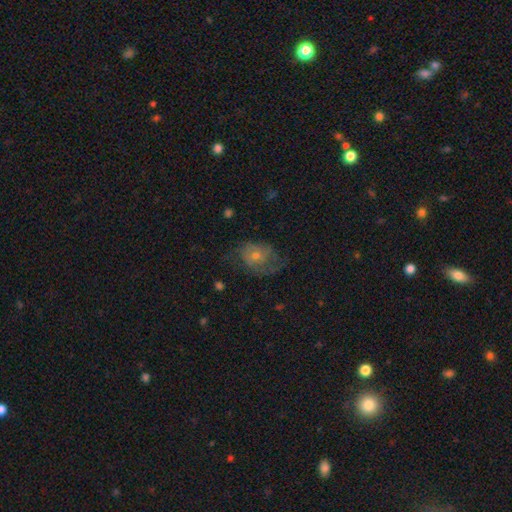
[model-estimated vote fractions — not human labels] The model was most divided on "bulge size": small: 55%, moderate: 39%, none: 2%, large: 2%, dominant: 1%. More confident: edge-on disk — no (96%); bar — no (80%); spiral arms — yes (70%); smooth or featured — featured or disk (54%); merging — none (50%).